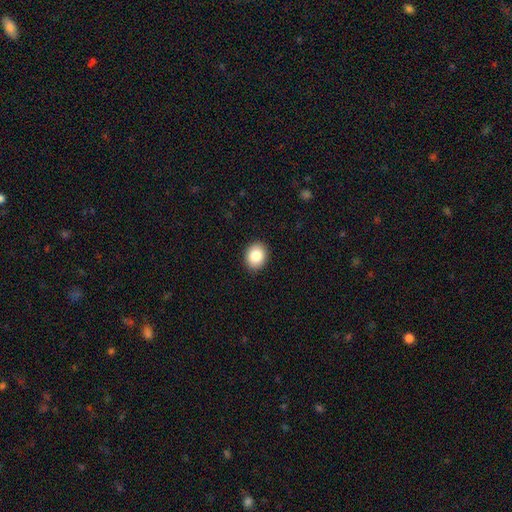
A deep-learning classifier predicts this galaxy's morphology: smooth 85%, star or artifact 8%, featured or disk 6%. Down the decision tree: how rounded — round (50%); merging — none (91%).